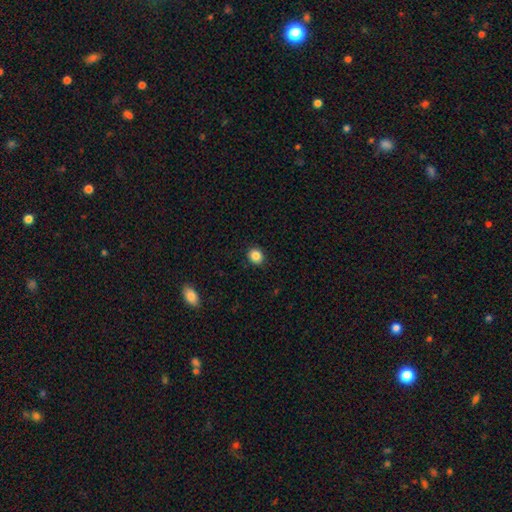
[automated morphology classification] type=smooth (86%); roundness=round (75%); merging=none (90%).